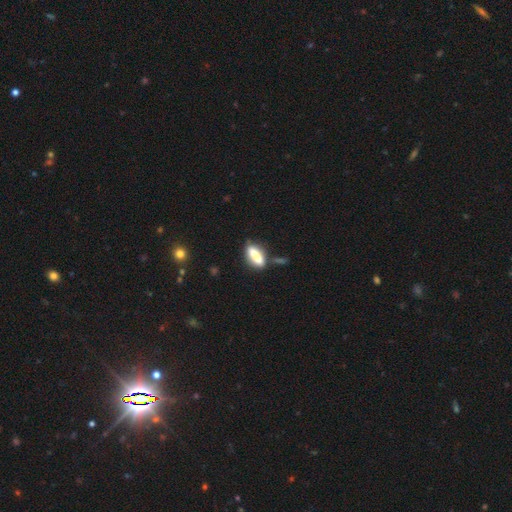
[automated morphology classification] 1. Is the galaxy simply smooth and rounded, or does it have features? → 67% smooth, 25% featured or disk, 8% star or artifact.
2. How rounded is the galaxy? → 52% cigar-shaped, 45% in between, 3% round.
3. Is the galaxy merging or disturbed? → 61% none, 18% minor disturbance, 14% merger, 6% major disturbance.